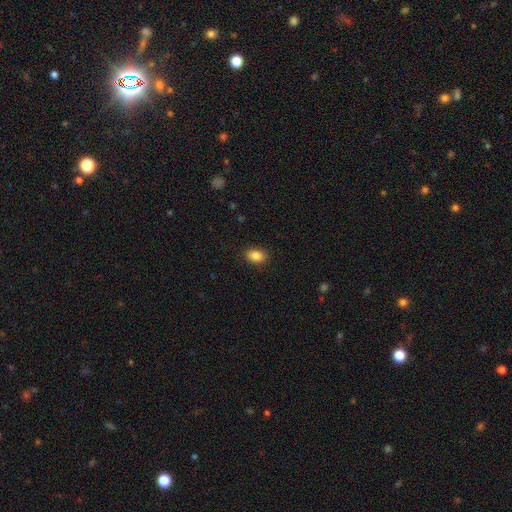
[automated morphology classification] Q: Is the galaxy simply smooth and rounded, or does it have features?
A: smooth — 86%.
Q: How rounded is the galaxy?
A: in between — 82%.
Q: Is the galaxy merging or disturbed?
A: none — 88%.